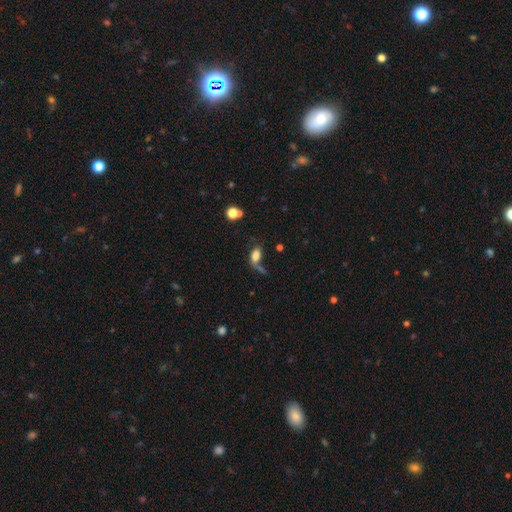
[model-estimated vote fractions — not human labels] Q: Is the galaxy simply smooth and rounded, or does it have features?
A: smooth — 68%.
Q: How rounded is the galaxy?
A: in between — 83%.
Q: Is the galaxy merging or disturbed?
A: none — 34%.